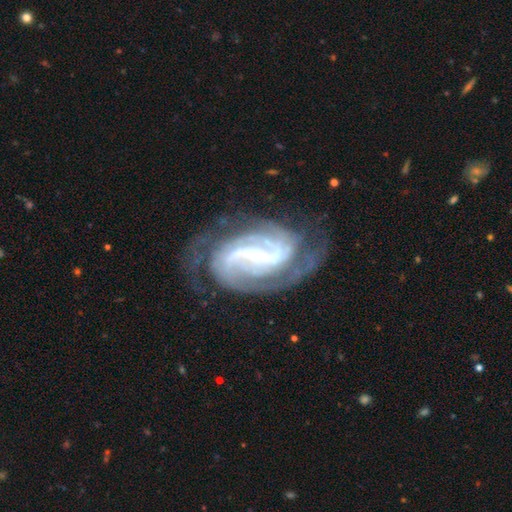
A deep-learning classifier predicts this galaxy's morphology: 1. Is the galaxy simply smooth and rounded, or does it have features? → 92% featured or disk, 5% star or artifact, 3% smooth.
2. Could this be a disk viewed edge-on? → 97% no, 3% yes.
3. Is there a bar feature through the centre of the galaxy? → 58% strong, 32% weak, 10% no.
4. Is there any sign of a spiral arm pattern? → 98% yes, 2% no.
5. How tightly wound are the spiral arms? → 47% tight, 43% medium, 10% loose.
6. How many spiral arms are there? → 54% 2, 17% 3, 12% can't tell, 8% 4, 5% more than 4, 5% 1.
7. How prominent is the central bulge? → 67% small, 29% moderate, 2% large, 2% none, 1% dominant.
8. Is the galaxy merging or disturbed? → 71% none, 17% minor disturbance, 10% major disturbance, 2% merger.